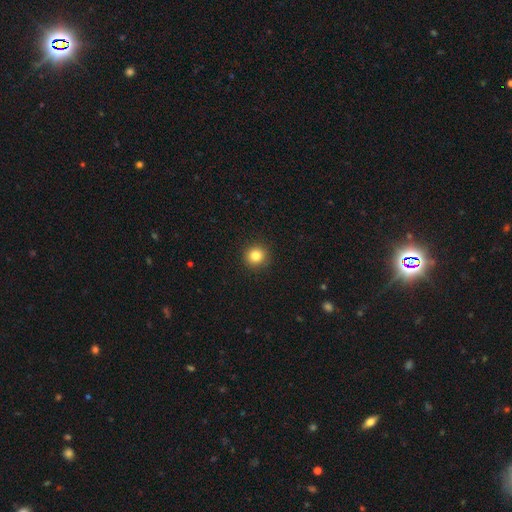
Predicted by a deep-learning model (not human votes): Smooth or featured?
  - smooth: 82% *
  - star or artifact: 12%
  - featured or disk: 6%
How rounded?
  - round: 93% *
  - in between: 6%
  - cigar-shaped: 1%
Merging?
  - none: 92% *
  - minor disturbance: 5%
  - major disturbance: 2%
  - merger: 1%